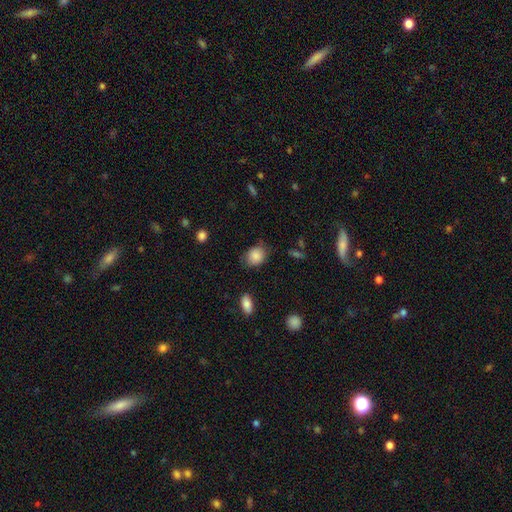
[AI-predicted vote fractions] A smooth galaxy with no disk features (86%) that is in between round and cigar-shaped (50%).

Vote fractions:
- Smooth or featured? smooth: 86% / star or artifact: 8% / featured or disk: 6%
- How rounded? in between: 50% / round: 49% / cigar-shaped: 1%
- Merging? none: 69% / minor disturbance: 24% / major disturbance: 6% / merger: 2%